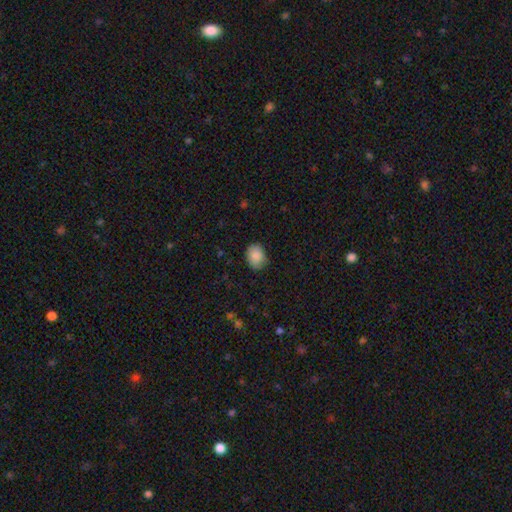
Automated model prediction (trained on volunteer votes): smooth_or_featured: smooth (p=0.88) [alt: star or artifact p=0.08]
how_rounded: in between (p=0.64) [alt: round p=0.35]
merging: none (p=0.79) [alt: minor disturbance p=0.17]